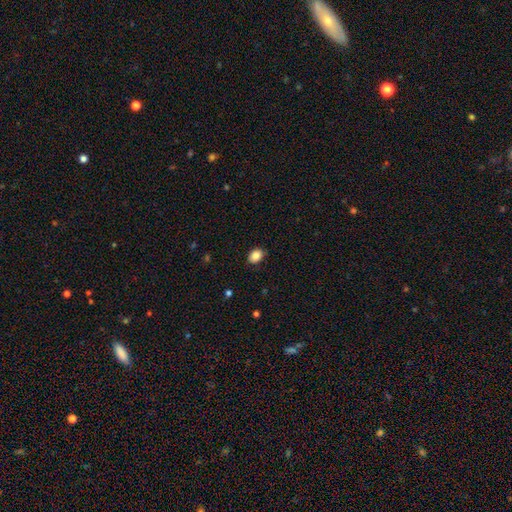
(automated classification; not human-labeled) This is clearly a smooth galaxy (86%). How rounded: likely in between (69%). Merging: clearly none (85%).